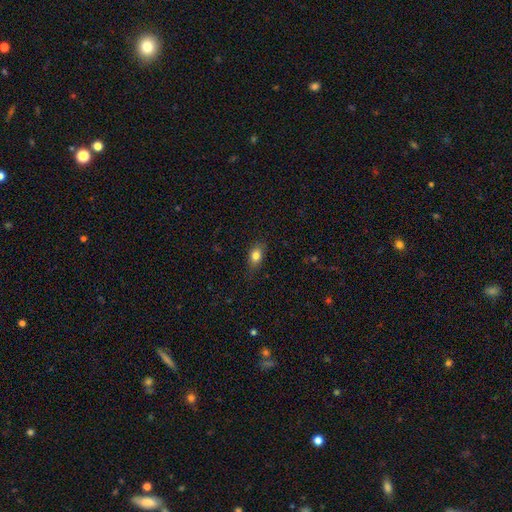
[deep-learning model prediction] smooth 81%, star or artifact 10%, featured or disk 9%. Down the decision tree: how rounded — in between (76%); merging — none (78%).